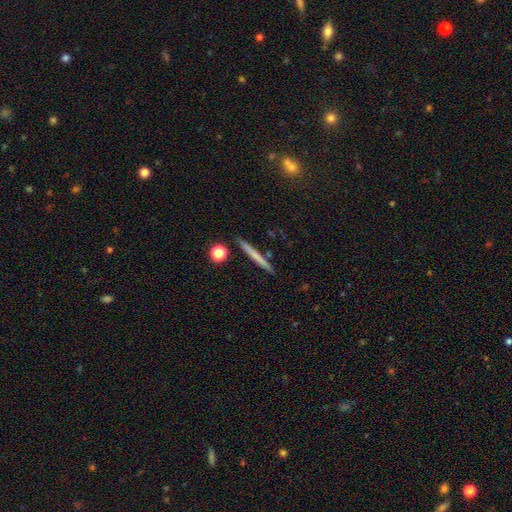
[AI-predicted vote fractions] Q: Smooth or featured?
A: smooth (59%); runner-up: featured or disk (35%)
Q: How rounded?
A: cigar-shaped (95%); runner-up: in between (2%)
Q: Merging?
A: none (90%); runner-up: minor disturbance (6%)